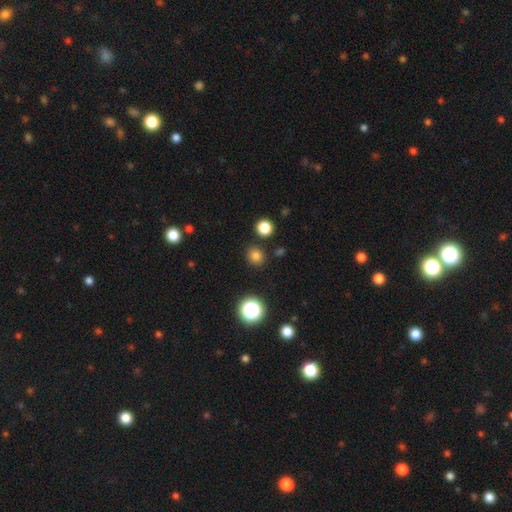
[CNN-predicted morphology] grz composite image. It shows a smooth galaxy with no disk features (79%) that is round (87%). Merging: none (88%).